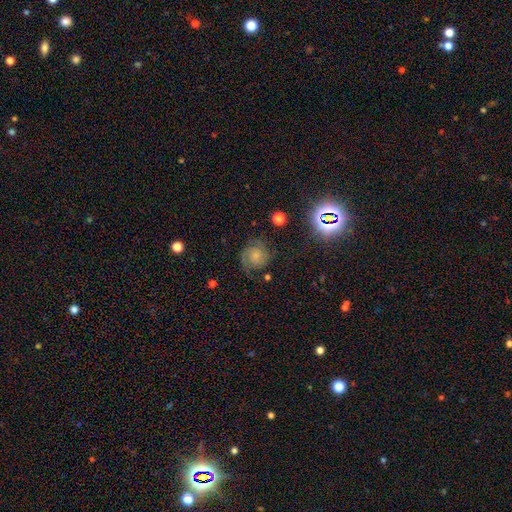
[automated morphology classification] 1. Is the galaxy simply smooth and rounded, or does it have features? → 60% featured or disk, 28% smooth, 13% star or artifact.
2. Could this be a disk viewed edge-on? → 98% no, 2% yes.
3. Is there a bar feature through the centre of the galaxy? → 67% no, 28% weak, 5% strong.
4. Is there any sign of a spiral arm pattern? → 93% yes, 7% no.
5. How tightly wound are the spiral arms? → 46% tight, 42% medium, 13% loose.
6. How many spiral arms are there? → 68% 2, 14% can't tell, 8% 3, 5% 1, 2% 4, 2% more than 4.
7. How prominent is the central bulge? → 33% small, 32% none, 25% moderate, 8% large, 2% dominant.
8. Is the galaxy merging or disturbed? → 70% none, 18% minor disturbance, 10% major disturbance, 2% merger.